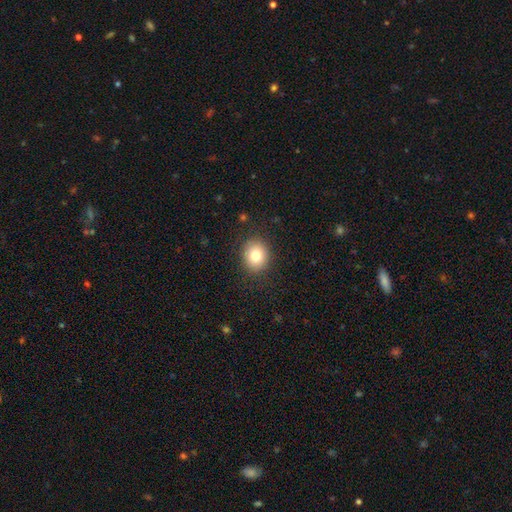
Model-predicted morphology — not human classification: smooth 80%, star or artifact 10%, featured or disk 10%. Down the decision tree: how rounded — round (74%); merging — none (87%).